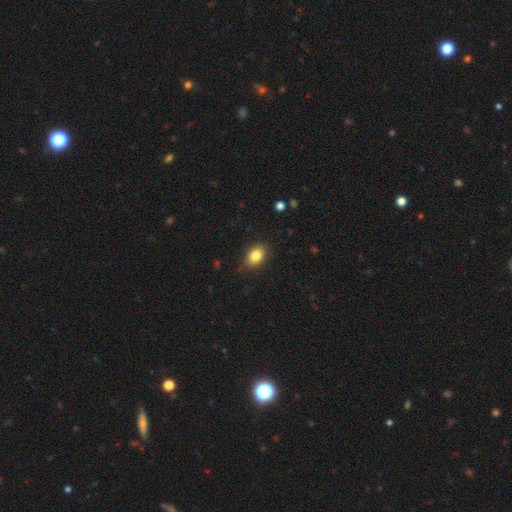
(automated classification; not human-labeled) The model was most divided on "how rounded": in between: 80%, round: 19%, cigar-shaped: 1%. More confident: merging — none (84%); smooth or featured — smooth (83%).